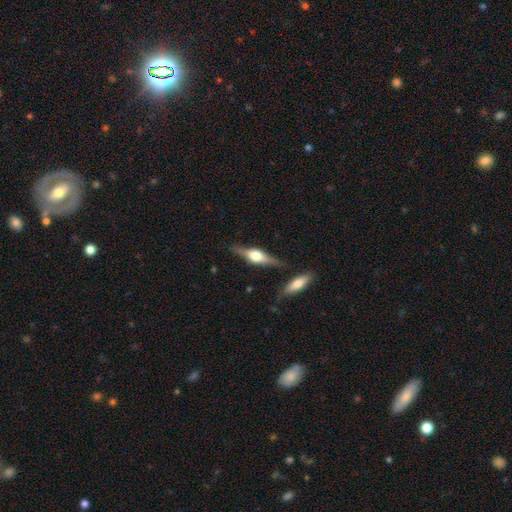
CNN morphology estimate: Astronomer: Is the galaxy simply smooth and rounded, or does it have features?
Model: featured or disk — 69%.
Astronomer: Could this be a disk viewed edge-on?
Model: yes — 96%.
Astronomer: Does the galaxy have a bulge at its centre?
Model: rounded — 90%.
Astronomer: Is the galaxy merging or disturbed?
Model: none — 80%.